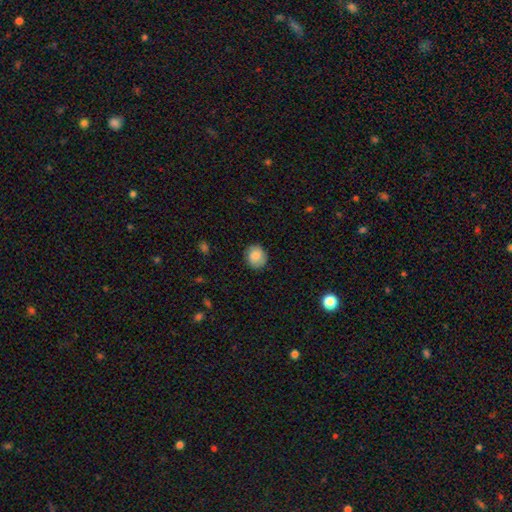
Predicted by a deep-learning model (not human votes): smooth-or-featured: smooth: 81% | featured or disk: 11% | star or artifact: 8%
  how-rounded: round: 75% | in between: 24% | cigar-shaped: 1%
  merging: none: 84% | minor disturbance: 12% | major disturbance: 3% | merger: 1%